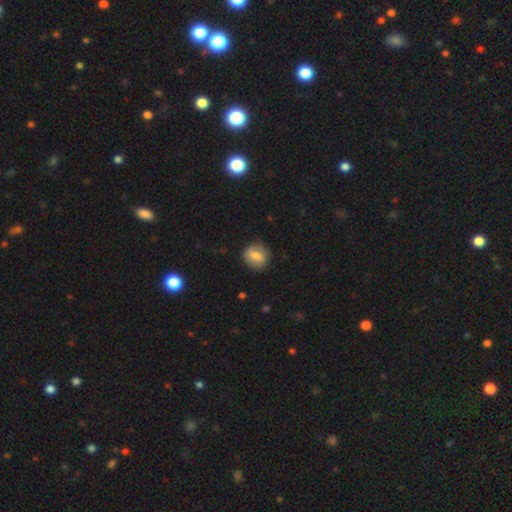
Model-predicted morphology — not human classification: smooth 72%, featured or disk 19%, star or artifact 8%. Down the decision tree: how rounded — round (71%); merging — none (82%).